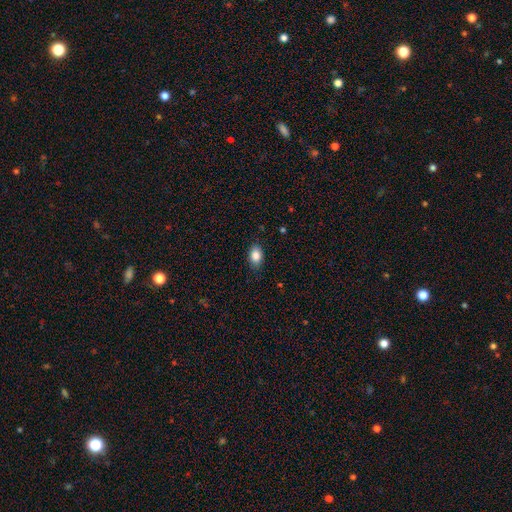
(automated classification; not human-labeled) The model was most divided on "how rounded": in between: 86%, round: 13%, cigar-shaped: 1%. More confident: merging — none (85%); smooth or featured — smooth (85%).